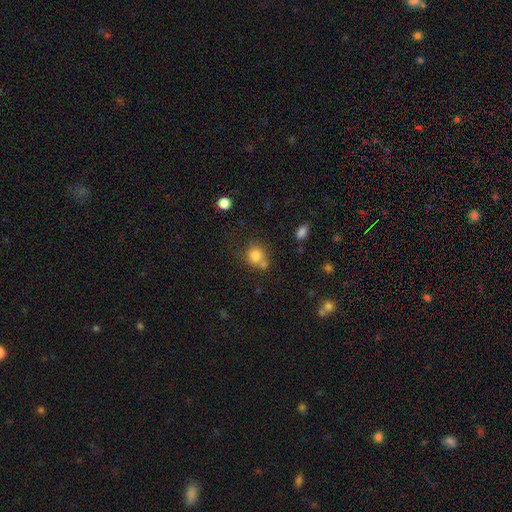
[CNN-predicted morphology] type=smooth (81%); roundness=round (76%); merging=none (50%).